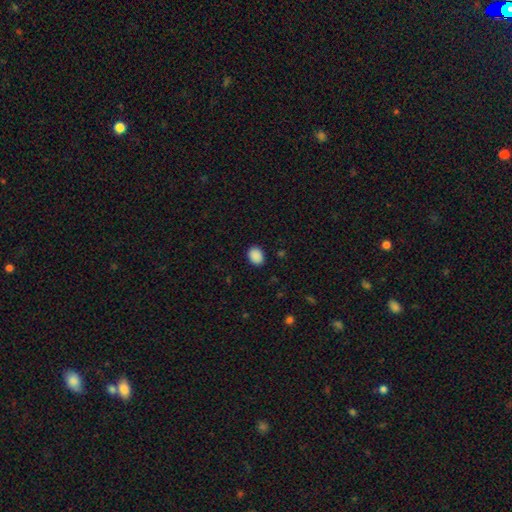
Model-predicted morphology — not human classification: Q: Smooth or featured?
A: smooth (89%); runner-up: star or artifact (8%)
Q: How rounded?
A: in between (62%); runner-up: round (37%)
Q: Merging?
A: none (89%); runner-up: minor disturbance (8%)